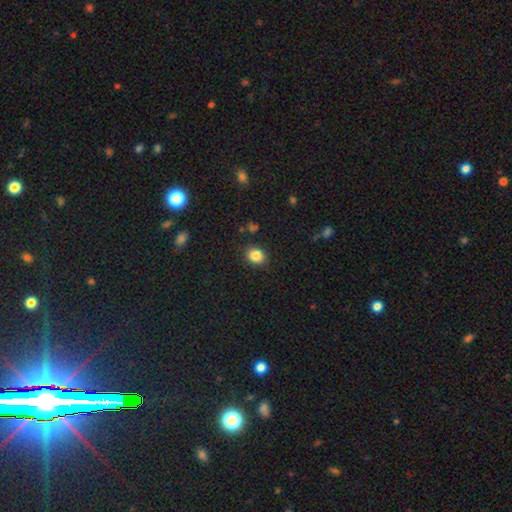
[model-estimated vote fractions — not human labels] Smooth or featured?
  - smooth: 85% *
  - star or artifact: 10%
  - featured or disk: 5%
How rounded?
  - round: 63% *
  - in between: 37%
  - cigar-shaped: 1%
Merging?
  - none: 86% *
  - minor disturbance: 9%
  - major disturbance: 3%
  - merger: 2%